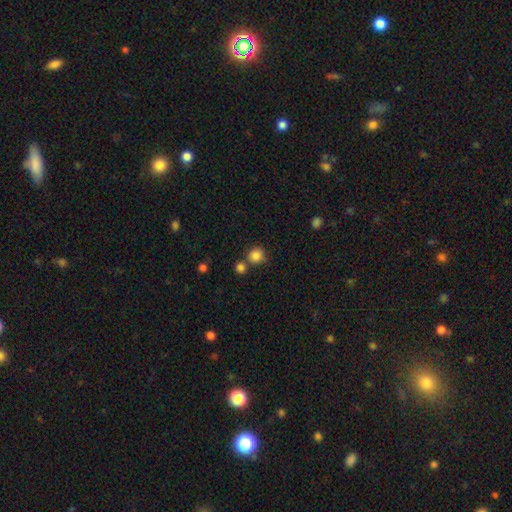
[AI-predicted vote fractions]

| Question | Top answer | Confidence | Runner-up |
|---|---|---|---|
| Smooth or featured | smooth | 85% | star or artifact (11%) |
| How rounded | round | 89% | in between (10%) |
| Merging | none | 65% | merger (22%) |